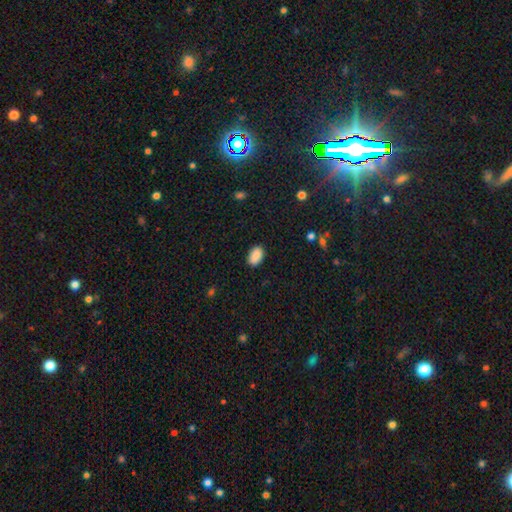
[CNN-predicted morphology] A smooth galaxy with no disk features (89%) that is in between round and cigar-shaped (89%).

Vote fractions:
- Smooth or featured? smooth: 89% / star or artifact: 7% / featured or disk: 4%
- How rounded? in between: 89% / round: 9% / cigar-shaped: 1%
- Merging? none: 87% / minor disturbance: 10% / major disturbance: 2% / merger: 1%